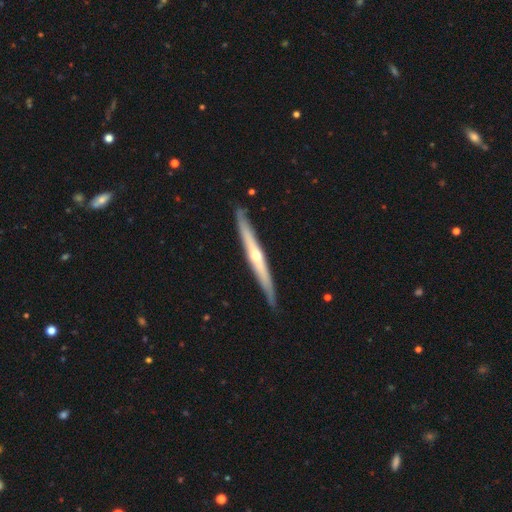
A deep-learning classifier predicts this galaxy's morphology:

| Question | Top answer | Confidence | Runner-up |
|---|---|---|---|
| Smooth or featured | featured or disk | 72% | smooth (22%) |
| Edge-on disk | yes | 96% | no (4%) |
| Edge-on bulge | rounded | 78% | none (19%) |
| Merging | none | 88% | minor disturbance (9%) |